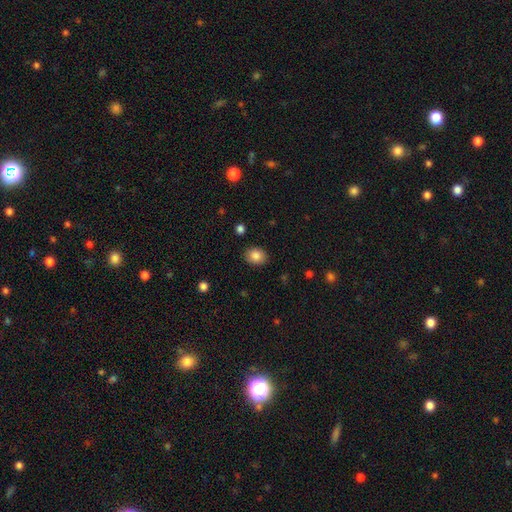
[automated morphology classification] Overall: smooth (85%). How rounded: round (52%; in between 47%). Merging: none (88%).